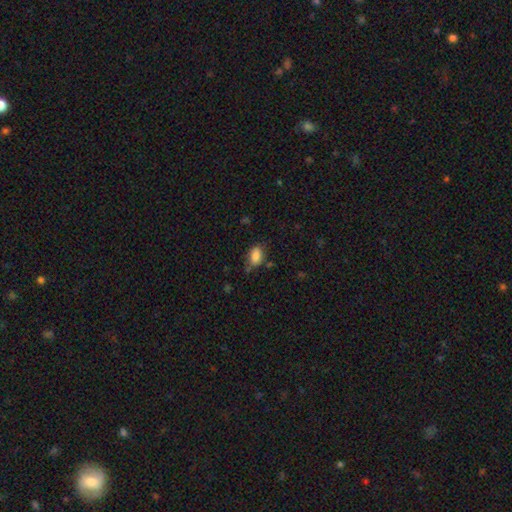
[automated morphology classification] A smooth galaxy with no disk features (84%) that is in between round and cigar-shaped (86%).

Vote fractions:
- Smooth or featured? smooth: 84% / star or artifact: 9% / featured or disk: 7%
- How rounded? in between: 86% / round: 12% / cigar-shaped: 2%
- Merging? none: 67% / minor disturbance: 23% / major disturbance: 6% / merger: 4%